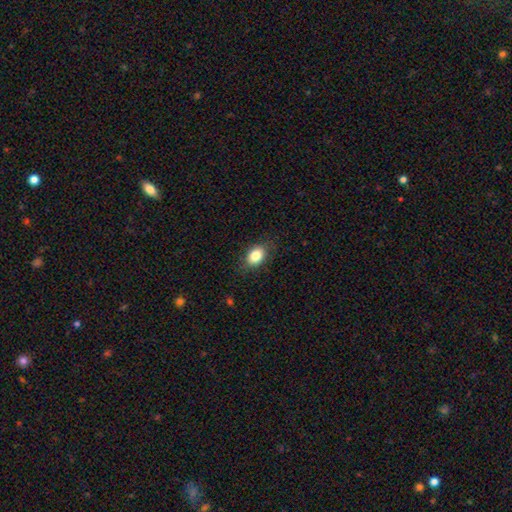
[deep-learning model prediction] Overall: smooth (83%). How rounded: in between (76%). Merging: none (82%).